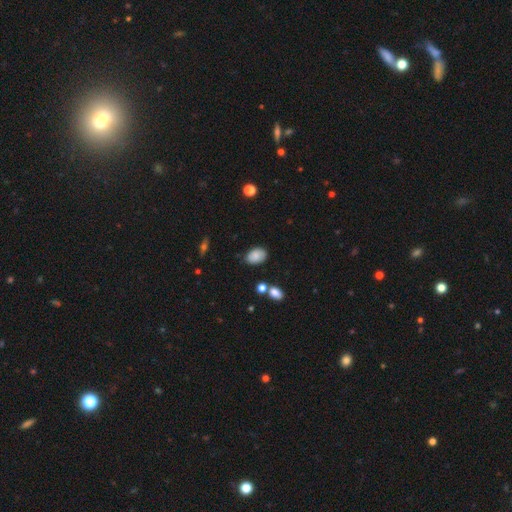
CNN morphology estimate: Q: Smooth or featured?
A: smooth (81%); runner-up: featured or disk (10%)
Q: How rounded?
A: in between (84%); runner-up: round (15%)
Q: Merging?
A: none (77%); runner-up: minor disturbance (17%)